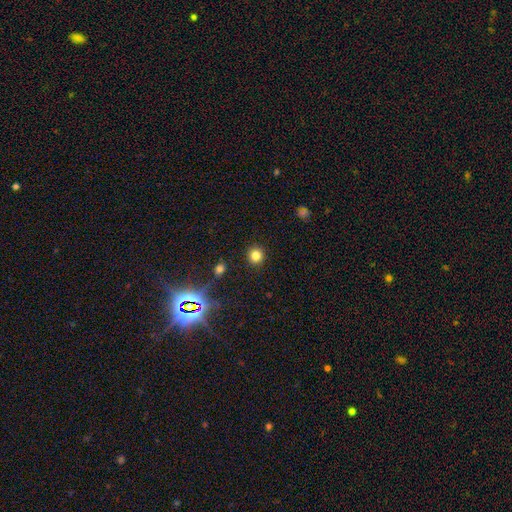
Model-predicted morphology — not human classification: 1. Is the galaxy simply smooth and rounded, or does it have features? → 80% smooth, 14% star or artifact, 6% featured or disk.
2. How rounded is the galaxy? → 89% round, 10% in between, 1% cigar-shaped.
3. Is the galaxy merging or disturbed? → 91% none, 6% minor disturbance, 2% major disturbance, 1% merger.